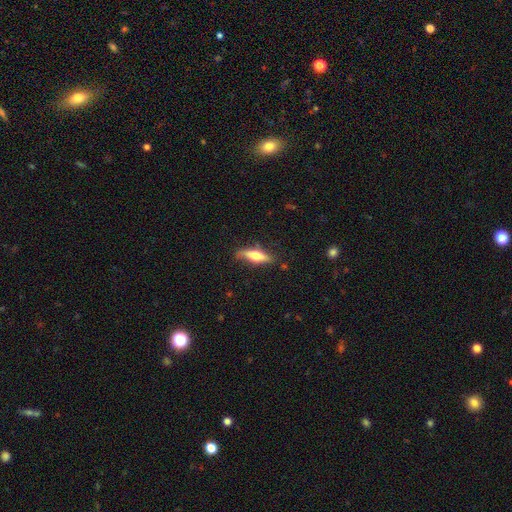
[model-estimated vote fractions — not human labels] Smooth or featured? smooth (49%)
Merging? none (75%)